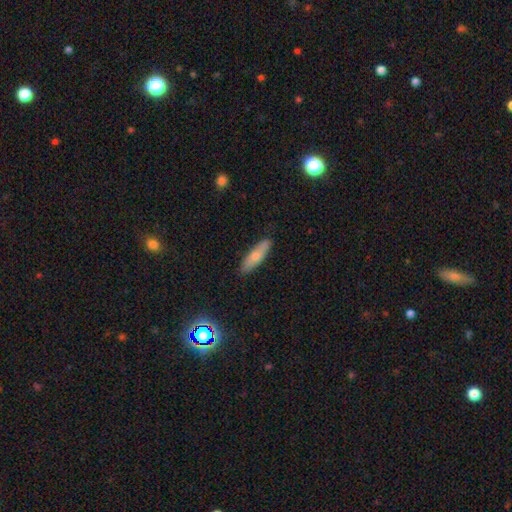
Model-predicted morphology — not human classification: A smooth galaxy with no disk features (65%) that is cigar-shaped (61%).

Vote fractions:
- Smooth or featured? smooth: 65% / featured or disk: 27% / star or artifact: 7%
- How rounded? cigar-shaped: 61% / in between: 36% / round: 2%
- Merging? none: 86% / minor disturbance: 10% / major disturbance: 2% / merger: 1%